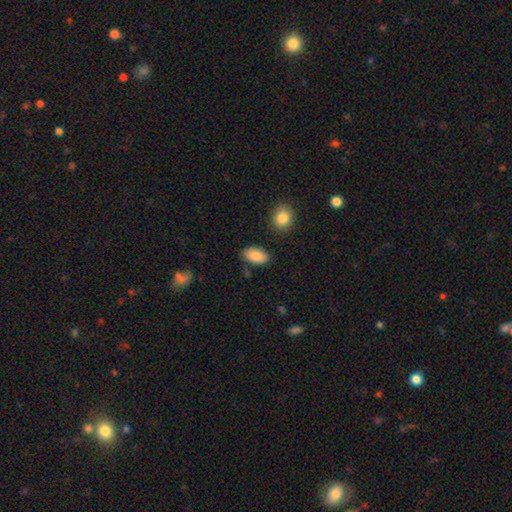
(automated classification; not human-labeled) Smooth or featured?
  - smooth: 87% *
  - star or artifact: 7%
  - featured or disk: 6%
How rounded?
  - in between: 94% *
  - round: 4%
  - cigar-shaped: 2%
Merging?
  - none: 83% *
  - minor disturbance: 12%
  - merger: 3%
  - major disturbance: 3%